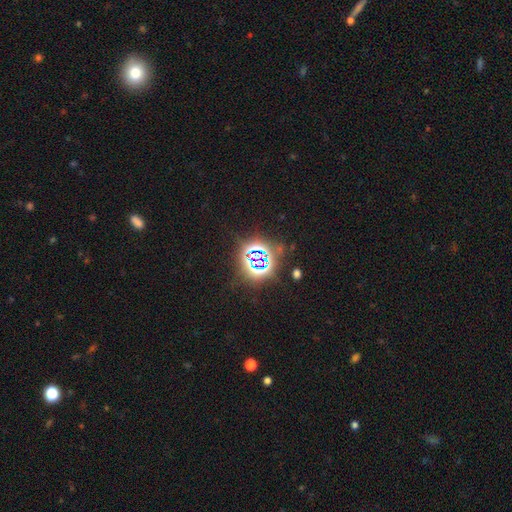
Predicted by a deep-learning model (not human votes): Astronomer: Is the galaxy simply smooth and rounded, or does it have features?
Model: star or artifact — 79%.